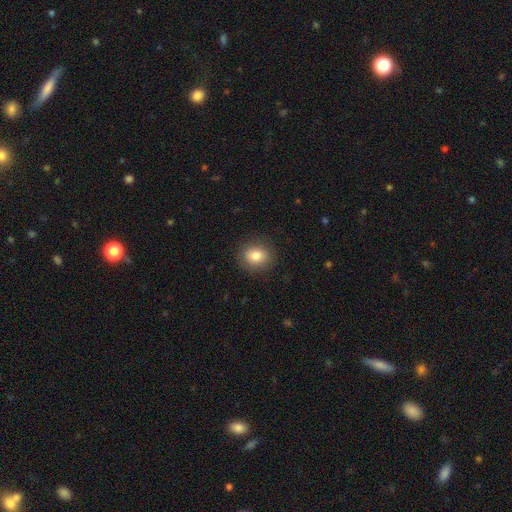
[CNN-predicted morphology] Q: Smooth or featured?
A: smooth (82%); runner-up: star or artifact (10%)
Q: How rounded?
A: round (71%); runner-up: in between (28%)
Q: Merging?
A: none (88%); runner-up: minor disturbance (8%)